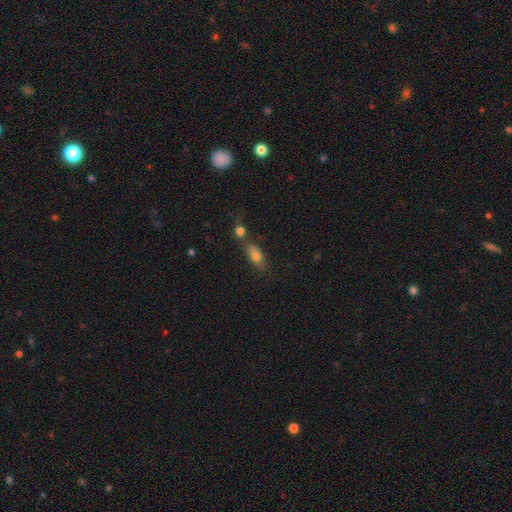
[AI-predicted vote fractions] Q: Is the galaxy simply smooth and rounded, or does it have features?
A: smooth — 73%.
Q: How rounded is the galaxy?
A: in between — 77%.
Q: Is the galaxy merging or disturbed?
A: none — 54%.